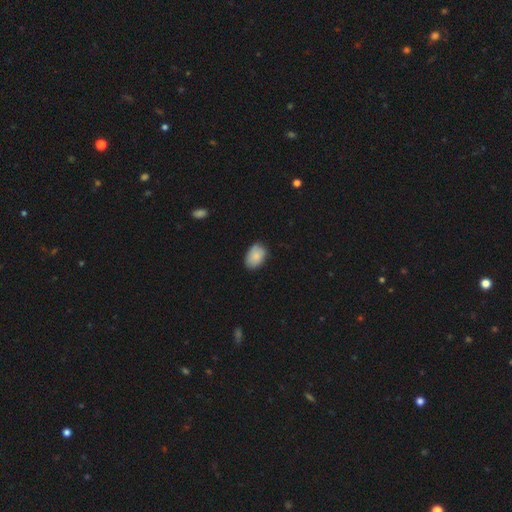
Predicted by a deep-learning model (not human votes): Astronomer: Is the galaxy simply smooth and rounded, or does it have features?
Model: smooth — 86%.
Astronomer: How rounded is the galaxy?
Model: in between — 85%.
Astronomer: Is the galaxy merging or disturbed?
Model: none — 77%.